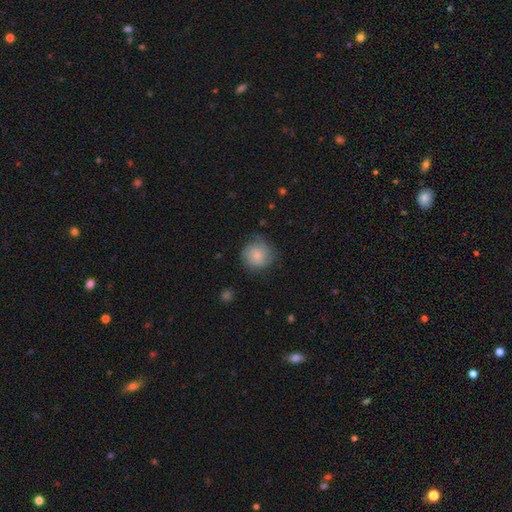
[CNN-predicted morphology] Smooth or featured? Predicted: smooth (p=0.74). How rounded? Predicted: round (p=0.91). Merging? Predicted: none (p=0.69).